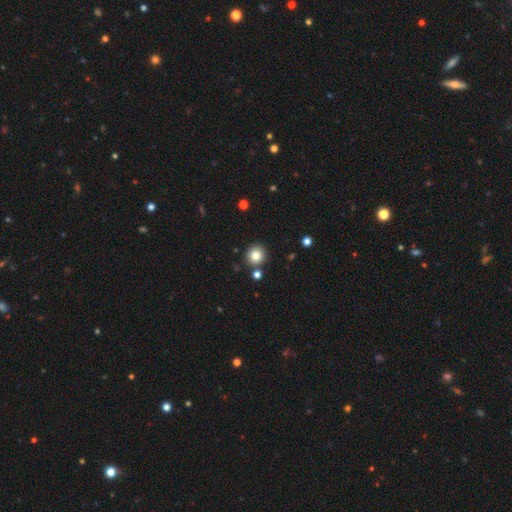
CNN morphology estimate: This appears to be a smooth galaxy with no disk features (82%) that is round (92%). Merging: none (87%).